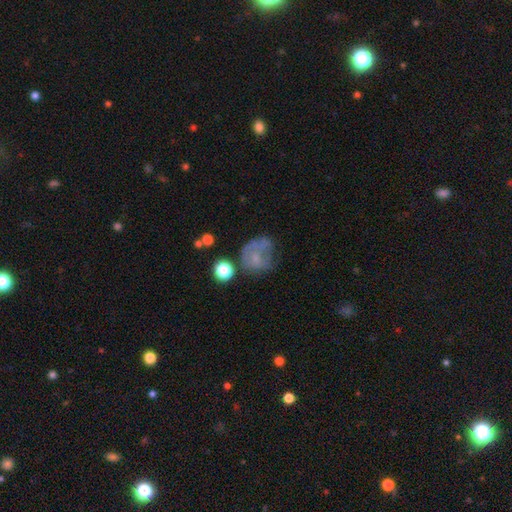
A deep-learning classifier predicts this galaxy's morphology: Q: Smooth or featured?
A: smooth (48%); runner-up: featured or disk (38%)
Q: Merging?
A: none (38%); runner-up: major disturbance (29%)